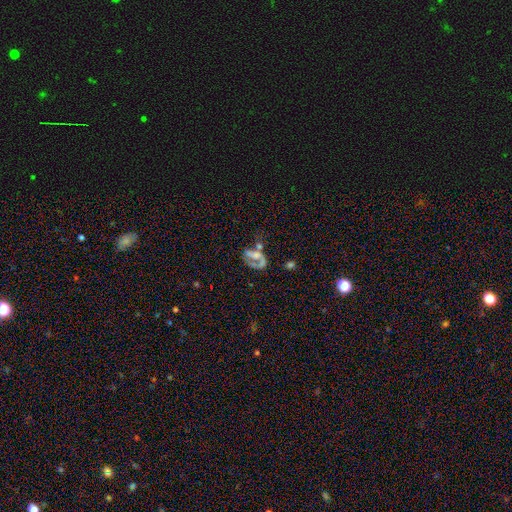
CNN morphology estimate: type=featured or disk (59%); edge-on=no (97%); bar=no (65%); spiral arms=yes (56%); bulge=none (33%); merging=merger (32%).